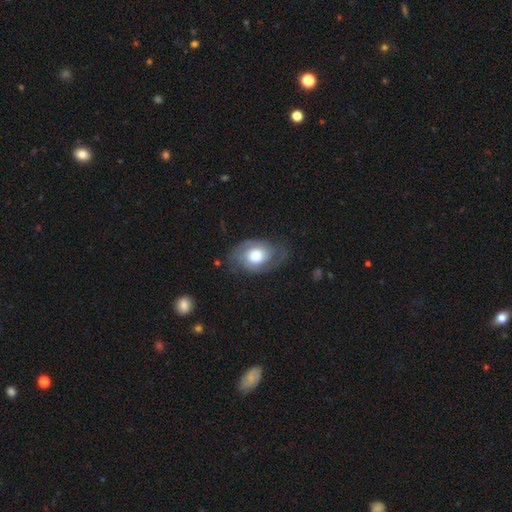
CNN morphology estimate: Smooth or featured: featured or disk — 60% (smooth — 34%)
Edge-on disk: no — 96% (yes — 4%)
Bar: no — 77% (weak — 19%)
Spiral arms: yes — 77% (no — 23%)
Bulge size: large — 55% (moderate — 28%)
Merging: none — 64% (minor disturbance — 23%)